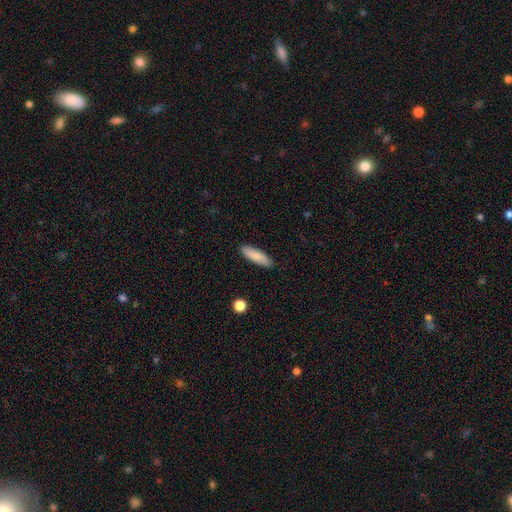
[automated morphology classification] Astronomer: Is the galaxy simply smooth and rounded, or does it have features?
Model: smooth — 85%.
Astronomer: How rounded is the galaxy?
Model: cigar-shaped — 56% (runner-up: in between, 43%).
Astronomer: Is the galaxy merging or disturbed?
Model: none — 88%.